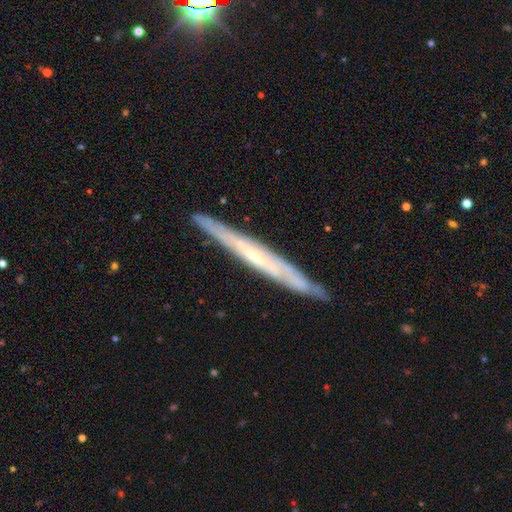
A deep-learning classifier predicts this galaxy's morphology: Smooth or featured? Predicted: featured or disk (p=0.73). Edge-on disk? Predicted: yes (p=0.88). Edge-on bulge? Predicted: none (p=0.64). Merging? Predicted: none (p=0.86).